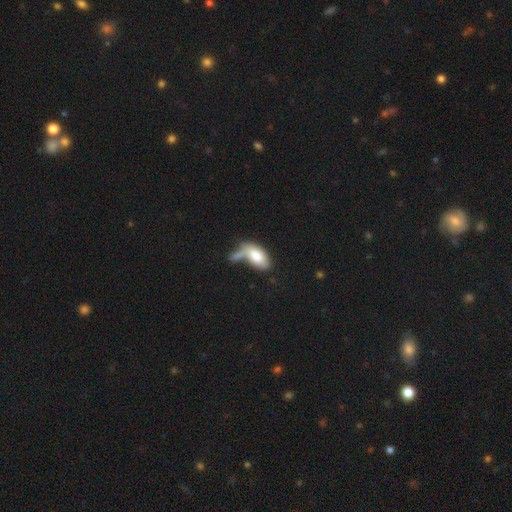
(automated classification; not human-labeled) smooth-or-featured: smooth: 78% | featured or disk: 16% | star or artifact: 6%
  how-rounded: in between: 92% | cigar-shaped: 5% | round: 3%
  merging: merger: 44% | none: 22% | major disturbance: 18% | minor disturbance: 16%